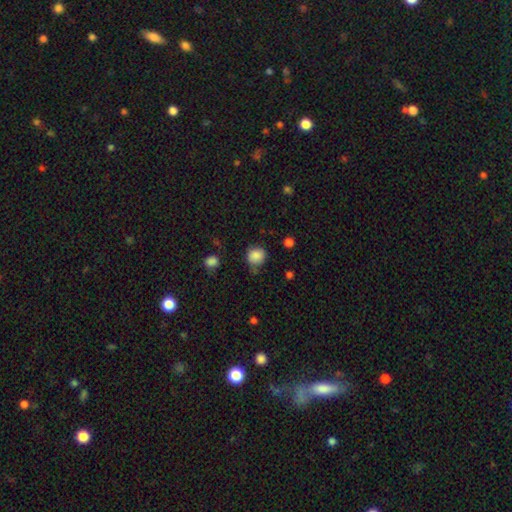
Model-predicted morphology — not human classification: A smooth galaxy with no disk features (85%) that is round (84%). Merging: none (70%).